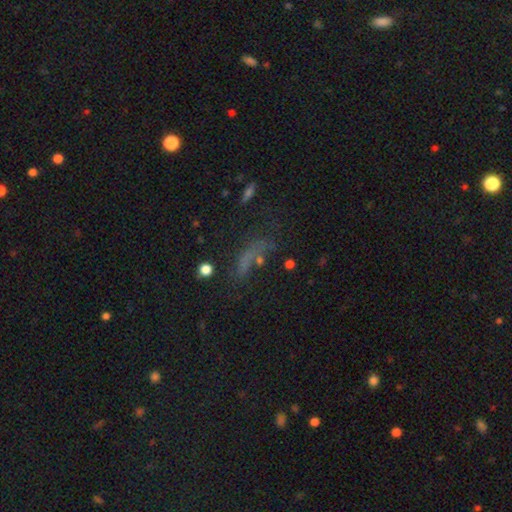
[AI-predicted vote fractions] smooth-or-featured: smooth: 44% | star or artifact: 33% | featured or disk: 23%
  merging: none: 41% | major disturbance: 30% | minor disturbance: 18% | merger: 11%